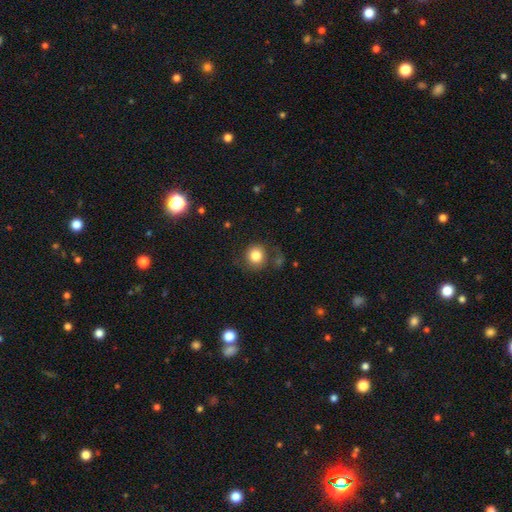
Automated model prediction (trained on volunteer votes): Smooth or featured? Predicted: smooth (p=0.81). How rounded? Predicted: round (p=0.86). Merging? Predicted: none (p=0.71).